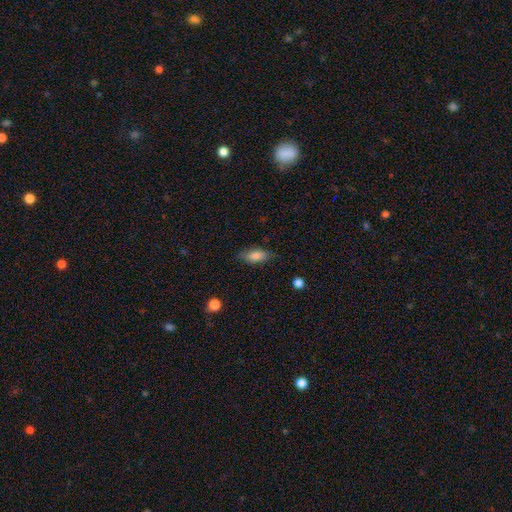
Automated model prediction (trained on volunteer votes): Q: Smooth or featured?
A: smooth (83%); runner-up: featured or disk (9%)
Q: How rounded?
A: in between (79%); runner-up: cigar-shaped (18%)
Q: Merging?
A: none (80%); runner-up: minor disturbance (15%)